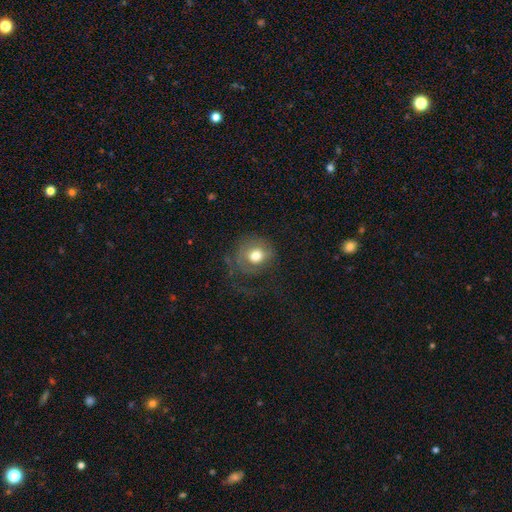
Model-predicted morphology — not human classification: smooth-or-featured: smooth: 64% | featured or disk: 27% | star or artifact: 10%
  how-rounded: round: 75% | in between: 24% | cigar-shaped: 1%
  merging: none: 50% | major disturbance: 28% | minor disturbance: 20% | merger: 2%